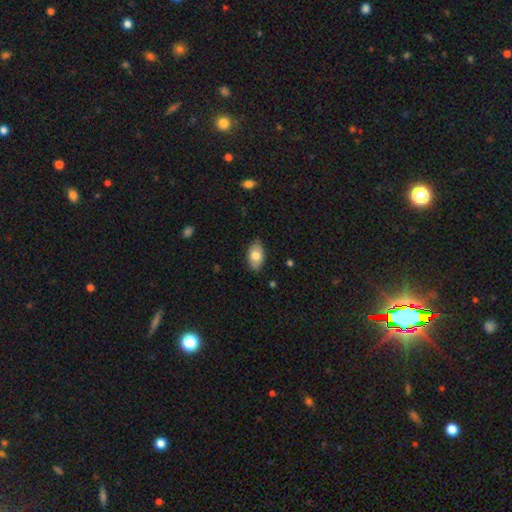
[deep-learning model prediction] Smooth or featured? Predicted: smooth (p=0.76). How rounded? Predicted: in between (p=0.92). Merging? Predicted: none (p=0.82).